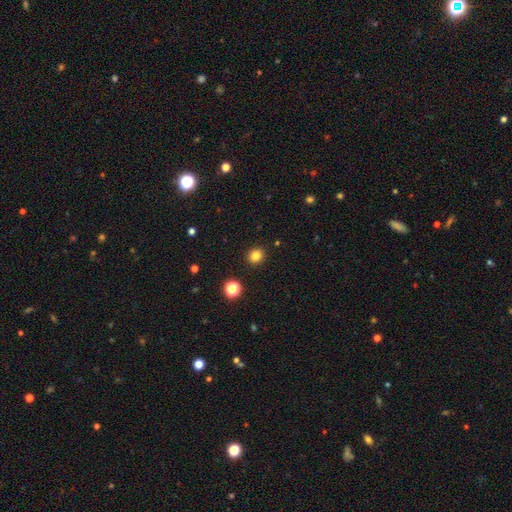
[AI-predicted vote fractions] Smooth or featured: smooth — 82% (star or artifact — 13%)
How rounded: round — 82% (in between — 17%)
Merging: none — 91% (minor disturbance — 5%)